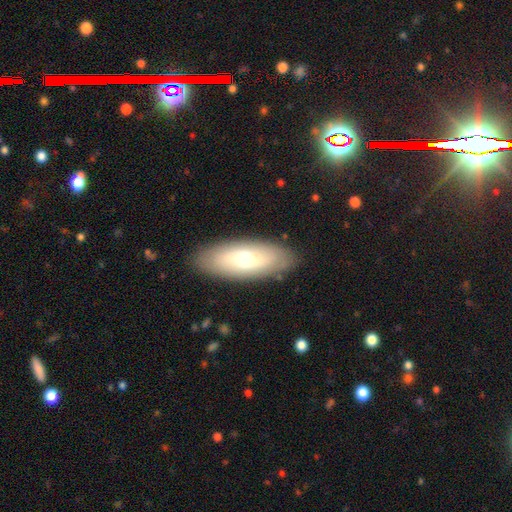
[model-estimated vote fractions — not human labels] Q: Smooth or featured?
A: smooth (58%); runner-up: featured or disk (36%)
Q: How rounded?
A: in between (78%); runner-up: cigar-shaped (20%)
Q: Merging?
A: none (87%); runner-up: minor disturbance (9%)